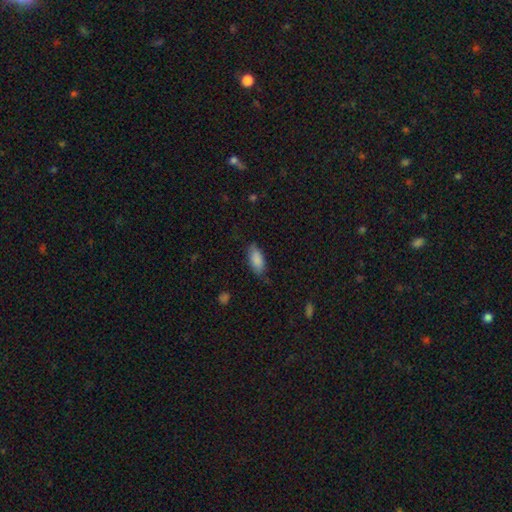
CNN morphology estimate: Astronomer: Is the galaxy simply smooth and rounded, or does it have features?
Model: smooth — 87%.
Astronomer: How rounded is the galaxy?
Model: in between — 85%.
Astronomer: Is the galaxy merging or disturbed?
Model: none — 79%.